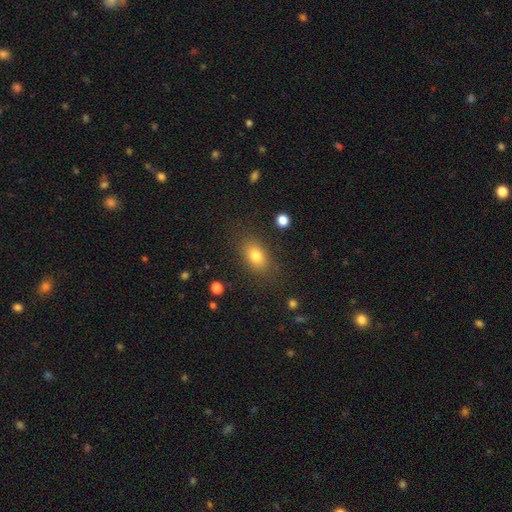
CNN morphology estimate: Overall: smooth (78%). How rounded: in between (81%). Merging: none (81%).